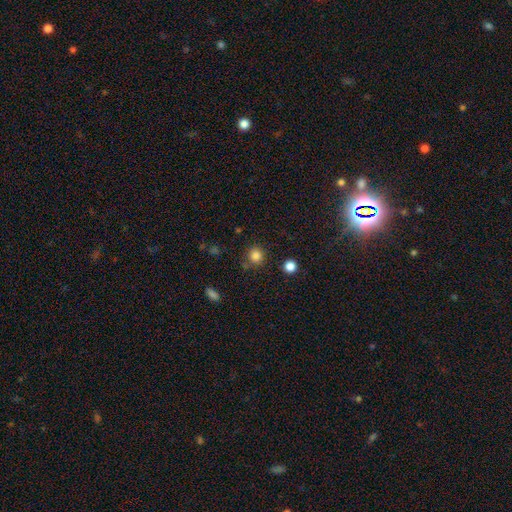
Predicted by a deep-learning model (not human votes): Smooth or featured? smooth (83%)
How rounded? round (90%)
Merging? none (82%)